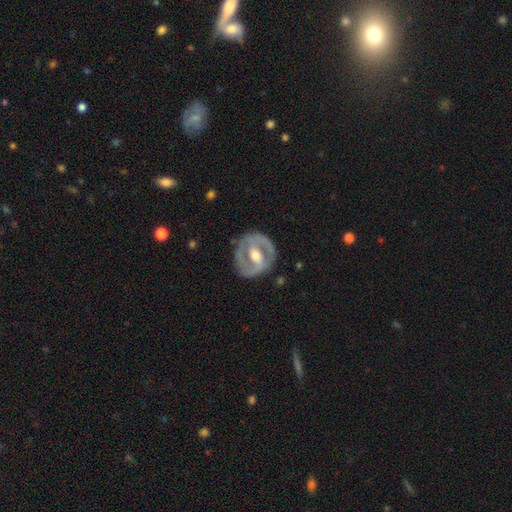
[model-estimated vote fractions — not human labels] Overall: featured or disk (76%). Edge-on disk: no (95%). Bar: strong (42%; weak 37%). Spiral arms: yes (57%; no 43%). Bulge size: moderate (73%). Merging: none (80%).